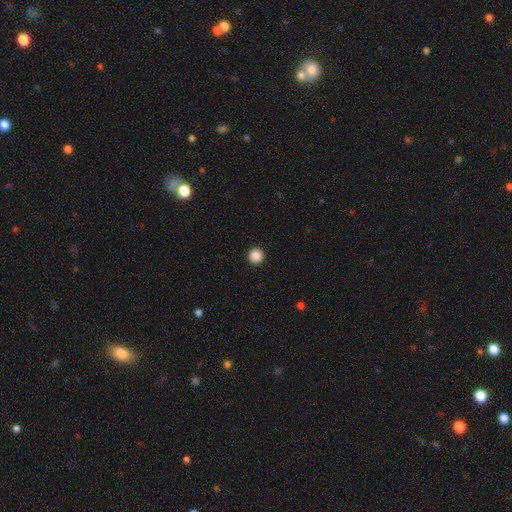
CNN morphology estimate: smooth_or_featured: smooth (p=0.88) [alt: star or artifact p=0.09]
how_rounded: round (p=0.95) [alt: in between p=0.04]
merging: none (p=0.93) [alt: minor disturbance p=0.04]